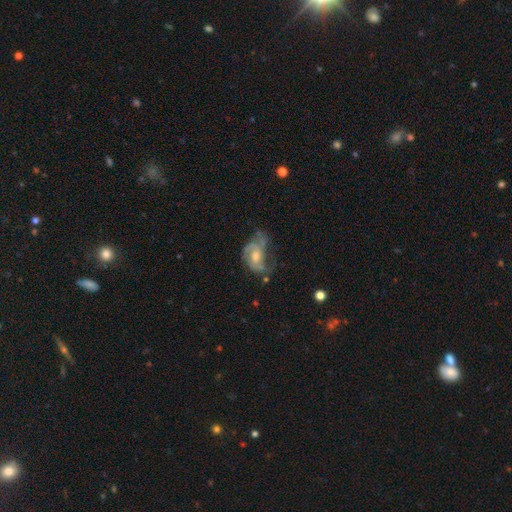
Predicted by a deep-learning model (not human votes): featured or disk 72%, smooth 21%, star or artifact 7%. Down the decision tree: edge-on disk — no (97%); bar — no (64%); spiral arms — yes (85%); spiral arm count — 2 (44%); spiral winding — medium (46%); bulge size — moderate (55%); merging — none (38%).